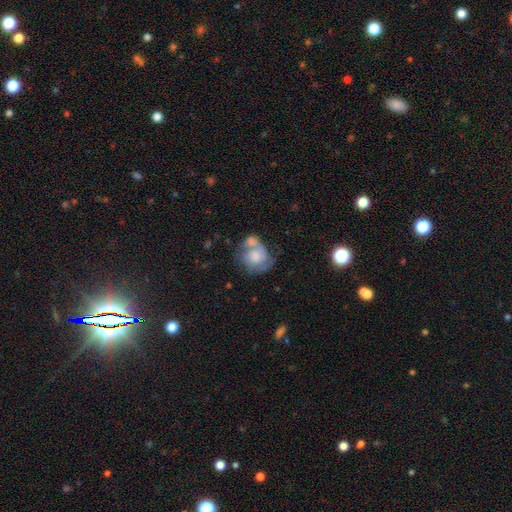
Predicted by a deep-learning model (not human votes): Smooth or featured? featured or disk (60%)
Edge-on disk? no (98%)
Bar? no (77%)
Spiral arms? yes (78%)
Bulge size? moderate (31%)
Merging? none (33%)